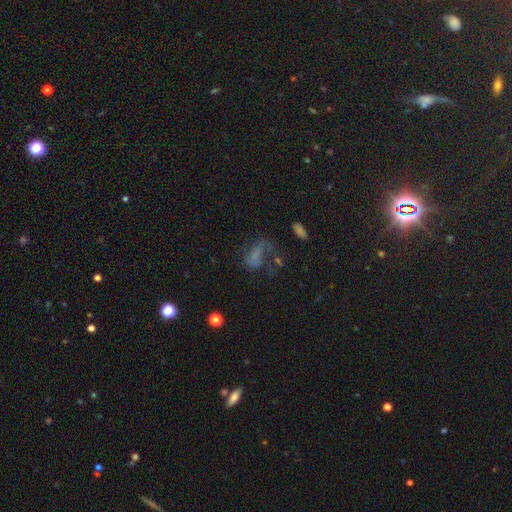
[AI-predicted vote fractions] smooth_or_featured: smooth (p=0.39) [alt: featured or disk p=0.37]
merging: major disturbance (p=0.43) [alt: none p=0.30]